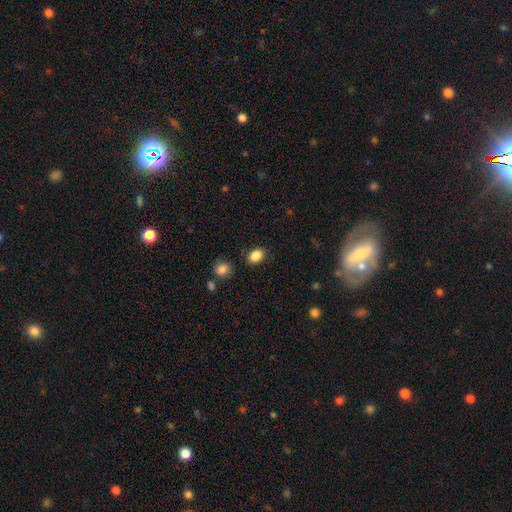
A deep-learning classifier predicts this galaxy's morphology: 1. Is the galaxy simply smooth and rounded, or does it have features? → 87% smooth, 9% star or artifact, 4% featured or disk.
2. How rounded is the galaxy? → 68% in between, 31% round, 1% cigar-shaped.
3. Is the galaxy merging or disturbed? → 84% none, 10% minor disturbance, 3% major disturbance, 3% merger.